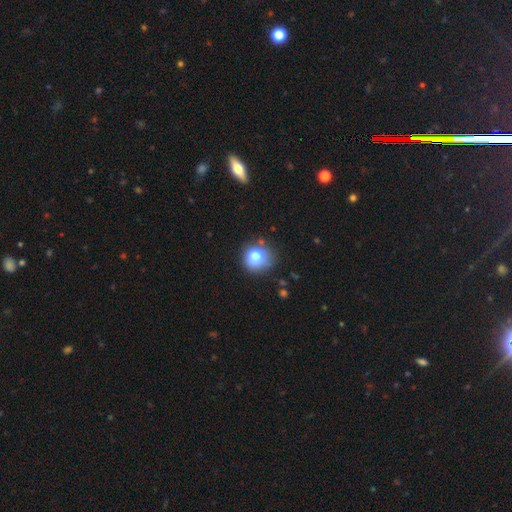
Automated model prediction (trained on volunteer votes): Smooth or featured? smooth (80%)
How rounded? round (84%)
Merging? none (71%)